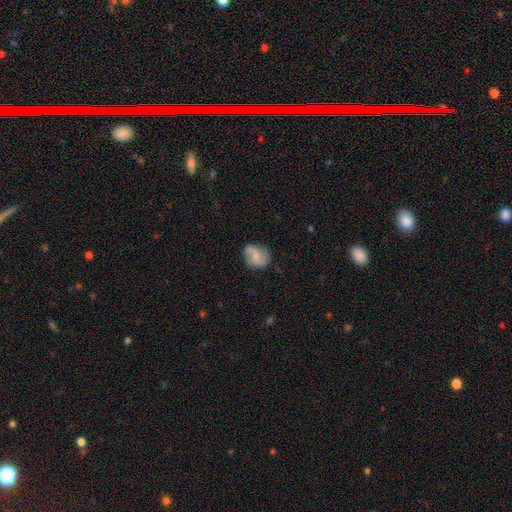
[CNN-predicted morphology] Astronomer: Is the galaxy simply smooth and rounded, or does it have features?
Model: featured or disk — 53% (runner-up: smooth, 39%).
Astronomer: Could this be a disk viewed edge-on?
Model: no — 97%.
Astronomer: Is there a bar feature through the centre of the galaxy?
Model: weak — 44% (runner-up: no, 42%).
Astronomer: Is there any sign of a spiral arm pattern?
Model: yes — 90%.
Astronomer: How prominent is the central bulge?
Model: small — 38% (runner-up: none, 37%).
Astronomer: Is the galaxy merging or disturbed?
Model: none — 73%.